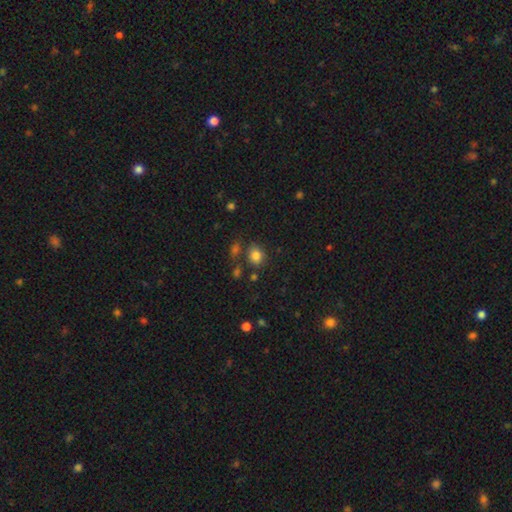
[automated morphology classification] A smooth galaxy with no disk features (82%) that is round (55%).

Vote fractions:
- Smooth or featured? smooth: 82% / star or artifact: 12% / featured or disk: 6%
- How rounded? round: 55% / in between: 44% / cigar-shaped: 1%
- Merging? none: 72% / minor disturbance: 14% / merger: 10% / major disturbance: 5%